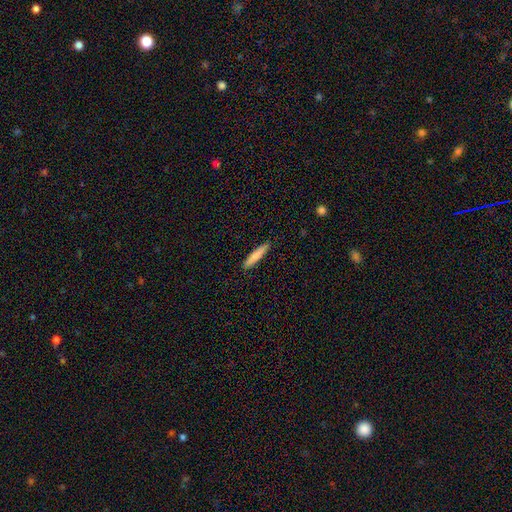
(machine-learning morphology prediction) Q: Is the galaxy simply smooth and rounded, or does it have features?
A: smooth — 81%.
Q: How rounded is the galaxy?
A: cigar-shaped — 89%.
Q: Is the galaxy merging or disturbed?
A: none — 89%.